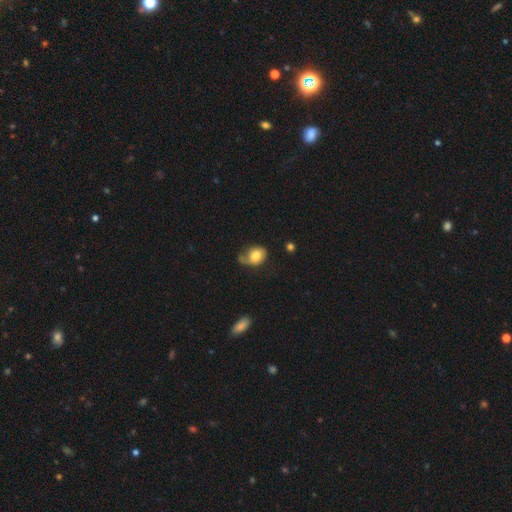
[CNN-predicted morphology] Smooth or featured? Predicted: smooth (p=0.69). How rounded? Predicted: in between (p=0.61). Merging? Predicted: none (p=0.39).